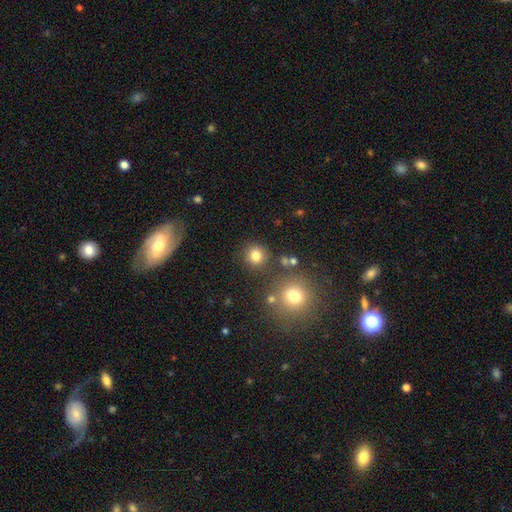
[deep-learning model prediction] The model was most divided on "smooth or featured": smooth: 80%, star or artifact: 14%, featured or disk: 6%. More confident: how rounded — round (91%); merging — none (84%).